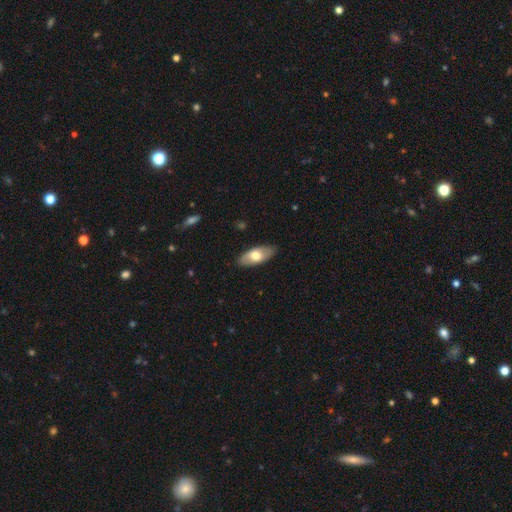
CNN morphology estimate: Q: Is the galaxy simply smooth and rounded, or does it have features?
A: smooth — 63%.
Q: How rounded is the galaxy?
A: in between — 88%.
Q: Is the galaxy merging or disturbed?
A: none — 86%.